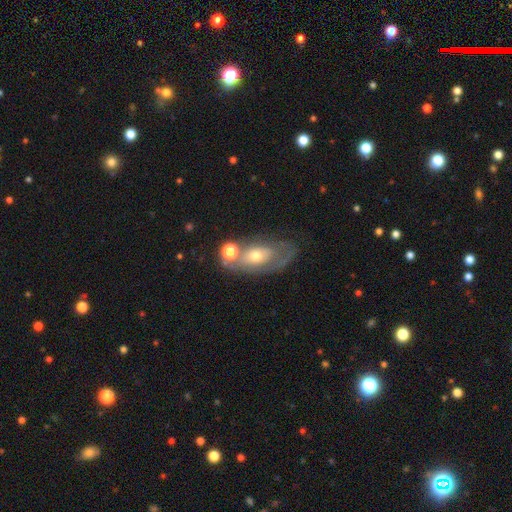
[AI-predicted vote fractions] Morphology: type=featured or disk (57%); edge-on=no (89%); bar=no (82%); spiral arms=no (56%); bulge=moderate (58%); merging=none (49%).